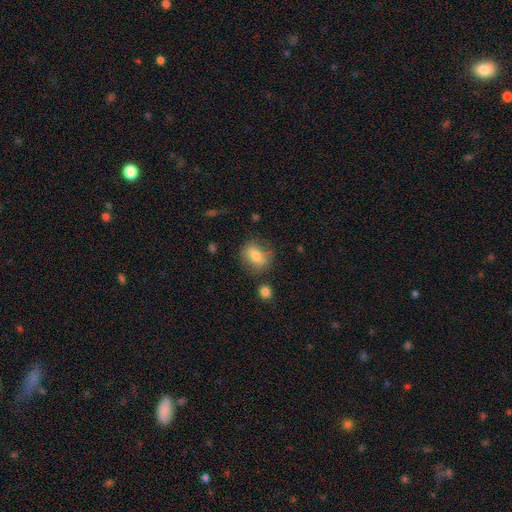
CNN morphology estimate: A smooth galaxy with no disk features (70%) that is in between round and cigar-shaped (54%).

Vote fractions:
- Smooth or featured? smooth: 70% / featured or disk: 21% / star or artifact: 9%
- How rounded? in between: 54% / round: 43% / cigar-shaped: 3%
- Merging? none: 69% / minor disturbance: 20% / major disturbance: 7% / merger: 4%